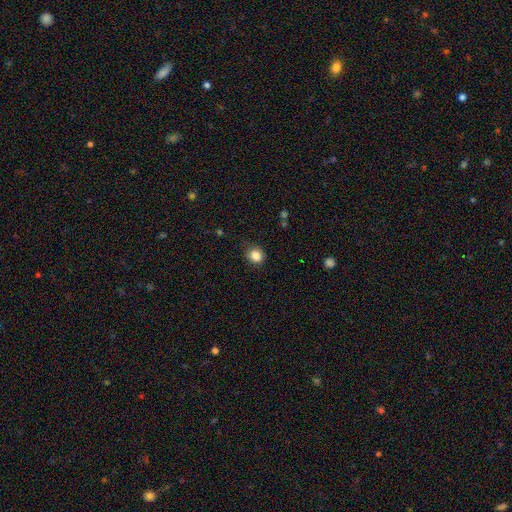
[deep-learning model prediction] smooth-or-featured: smooth: 84% | star or artifact: 11% | featured or disk: 5%
  how-rounded: round: 81% | in between: 18% | cigar-shaped: 1%
  merging: none: 82% | minor disturbance: 14% | major disturbance: 3% | merger: 1%